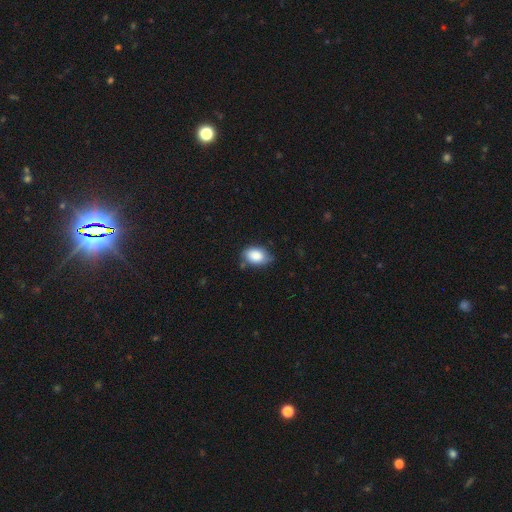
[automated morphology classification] Smooth or featured?
  - smooth: 86% *
  - featured or disk: 7%
  - star or artifact: 7%
How rounded?
  - in between: 86% *
  - round: 13%
  - cigar-shaped: 1%
Merging?
  - none: 65% *
  - minor disturbance: 28%
  - major disturbance: 5%
  - merger: 3%